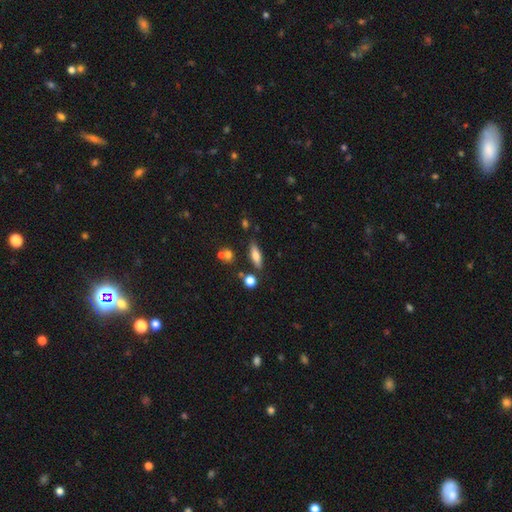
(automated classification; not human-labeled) A smooth galaxy with no disk features (62%) that is in between round and cigar-shaped (52%). Merging: none (77%).